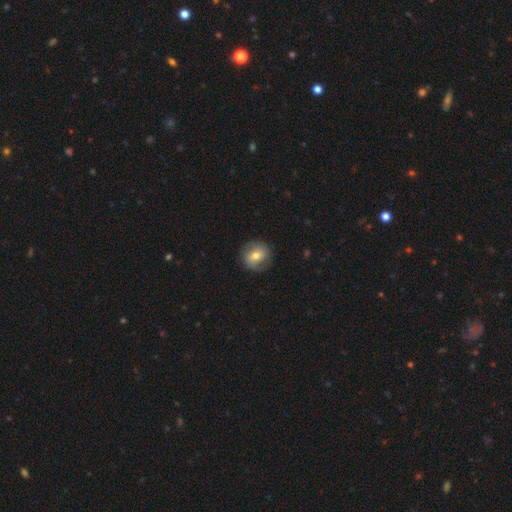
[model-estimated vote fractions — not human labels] A smooth galaxy with no disk features (59%) that is round (84%).

Vote fractions:
- Smooth or featured? smooth: 59% / featured or disk: 33% / star or artifact: 8%
- How rounded? round: 84% / in between: 15% / cigar-shaped: 1%
- Merging? none: 81% / minor disturbance: 13% / major disturbance: 5% / merger: 1%